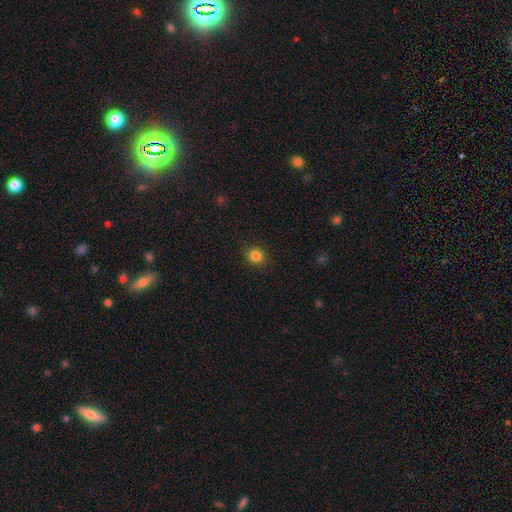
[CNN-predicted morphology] This is clearly a smooth galaxy (84%). How rounded: likely round (80%). Merging: clearly none (90%).